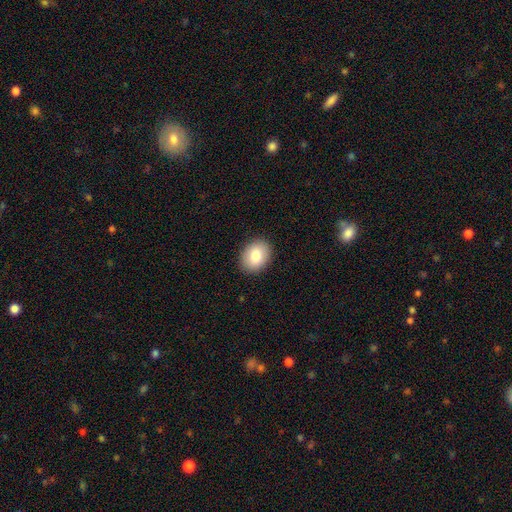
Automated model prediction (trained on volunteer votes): smooth 83%, featured or disk 9%, star or artifact 8%. Down the decision tree: how rounded — in between (66%); merging — none (90%).